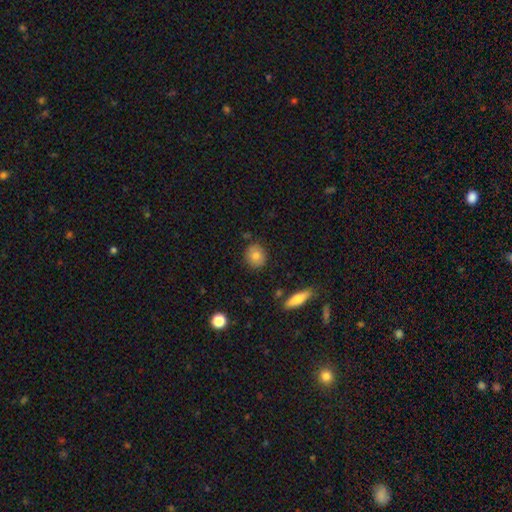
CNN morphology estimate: Smooth or featured?
  - smooth: 80% *
  - featured or disk: 12%
  - star or artifact: 8%
How rounded?
  - round: 77% *
  - in between: 21%
  - cigar-shaped: 2%
Merging?
  - none: 85% *
  - minor disturbance: 10%
  - merger: 3%
  - major disturbance: 2%